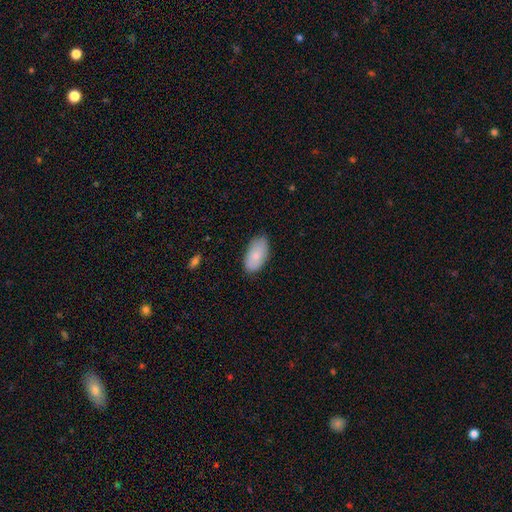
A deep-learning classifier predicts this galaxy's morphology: type=smooth (81%); roundness=in between (95%); merging=none (80%).